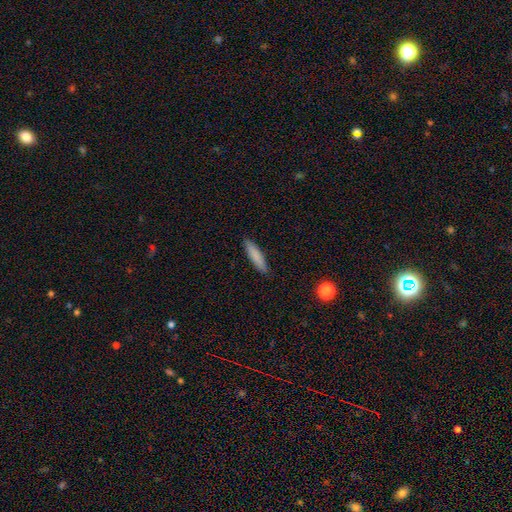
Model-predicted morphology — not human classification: type=smooth (84%); roundness=cigar-shaped (81%); merging=none (88%).